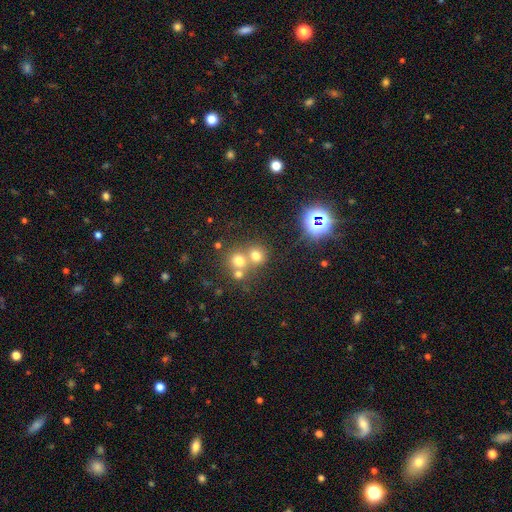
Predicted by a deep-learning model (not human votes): This appears to be a smooth galaxy with no disk features (66%) that is round (81%). Merging: none (46%).